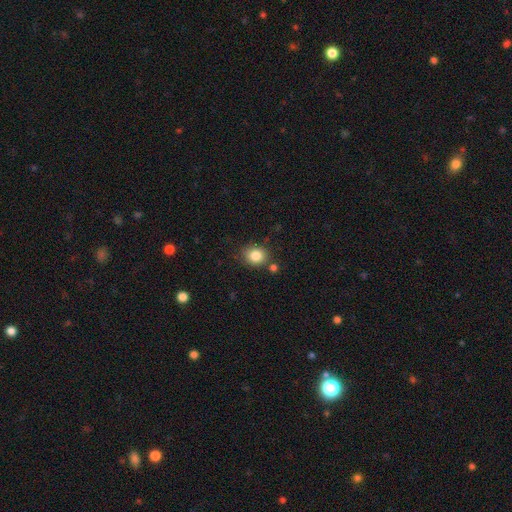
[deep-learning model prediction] Smooth or featured?
  - smooth: 84% *
  - star or artifact: 10%
  - featured or disk: 6%
How rounded?
  - round: 72% *
  - in between: 27%
  - cigar-shaped: 1%
Merging?
  - none: 77% *
  - minor disturbance: 12%
  - merger: 8%
  - major disturbance: 3%